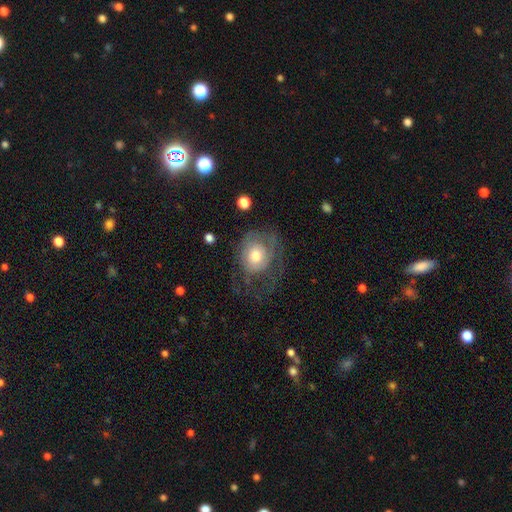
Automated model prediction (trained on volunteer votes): A featured or disk galaxy (53%) with no bar (81%), spiral arms (66%) and a moderate central bulge (63%). Merging: none (41%).